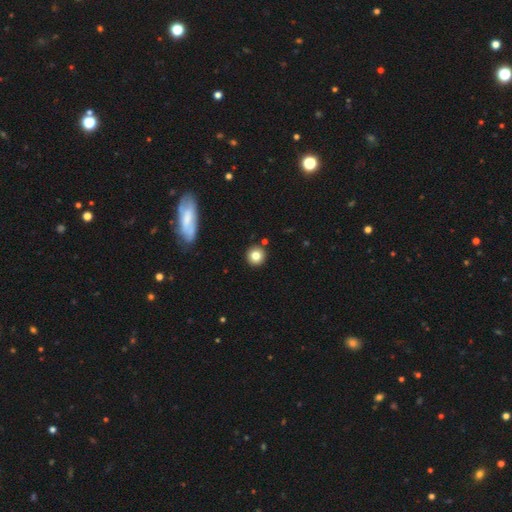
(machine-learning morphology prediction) A smooth galaxy with no disk features (81%) that is round (93%). Merging: none (88%).